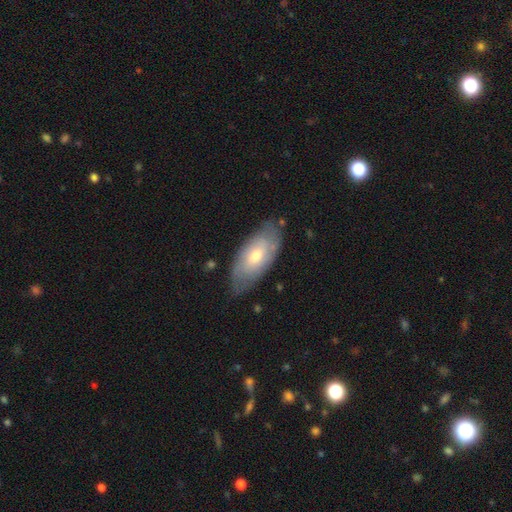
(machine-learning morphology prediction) This appears to be a smooth galaxy with no disk features (50%) that is in between round and cigar-shaped (88%). Merging: none (73%).